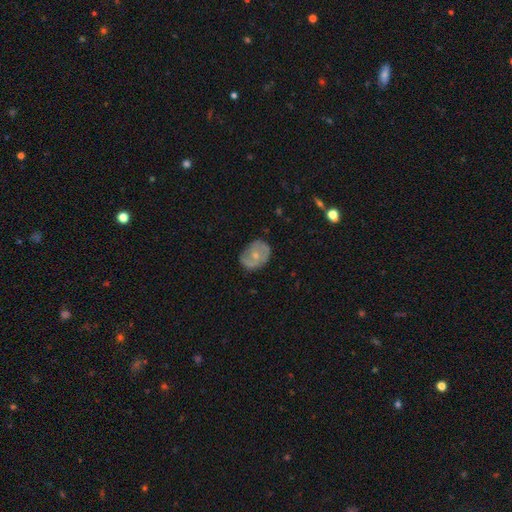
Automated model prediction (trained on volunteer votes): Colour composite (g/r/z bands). It shows a featured or disk galaxy (51%). Merging: none (68%).